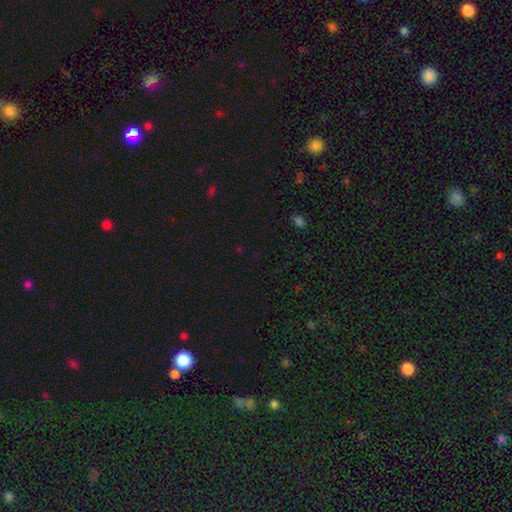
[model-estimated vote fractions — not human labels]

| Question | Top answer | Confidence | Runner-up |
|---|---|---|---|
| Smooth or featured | star or artifact | 66% | smooth (27%) |